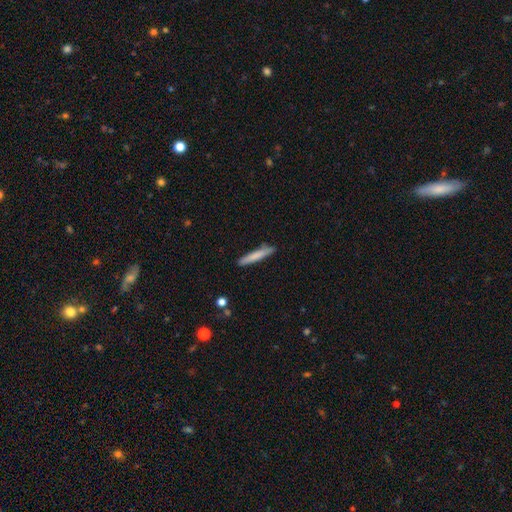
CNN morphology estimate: Smooth or featured: smooth — 74% (featured or disk — 20%)
How rounded: cigar-shaped — 94% (in between — 5%)
Merging: none — 85% (minor disturbance — 11%)